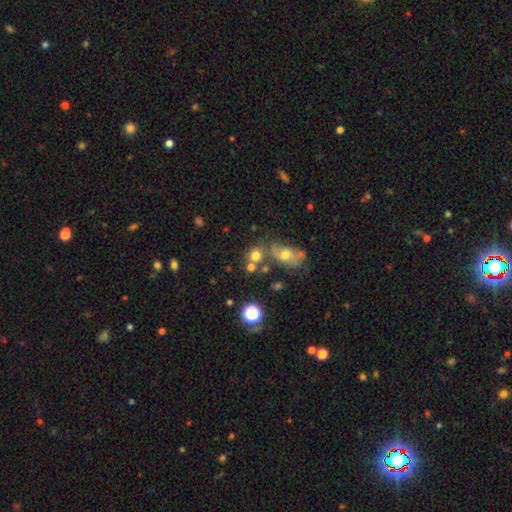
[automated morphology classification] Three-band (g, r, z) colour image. It shows a smooth galaxy with no disk features (72%) that is round (72%). Merging: none (51%).